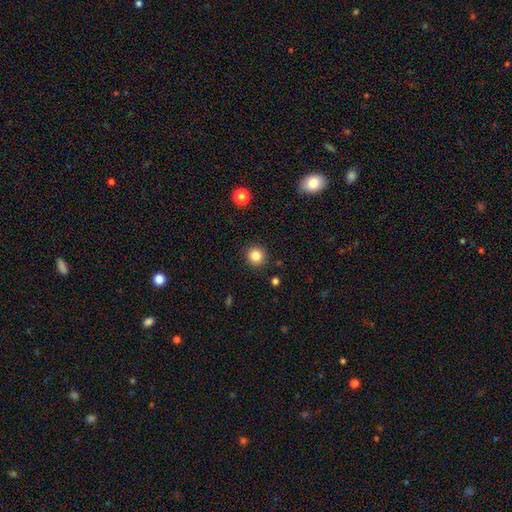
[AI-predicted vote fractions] This is clearly a smooth galaxy (84%). How rounded: clearly round (94%). Merging: clearly none (91%).